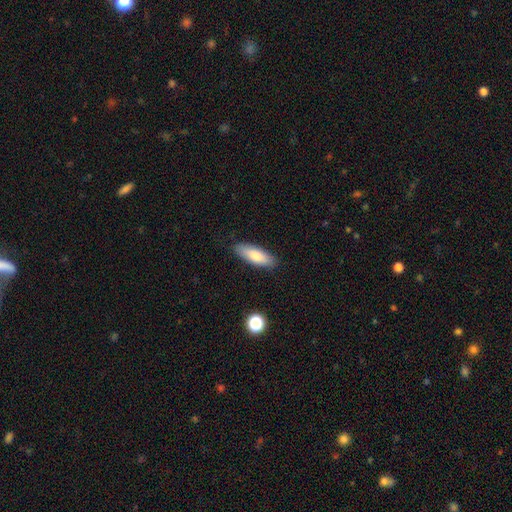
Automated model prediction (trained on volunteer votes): This appears to be a smooth galaxy with no disk features (80%) that is in between round and cigar-shaped (61%). Merging: none (87%).